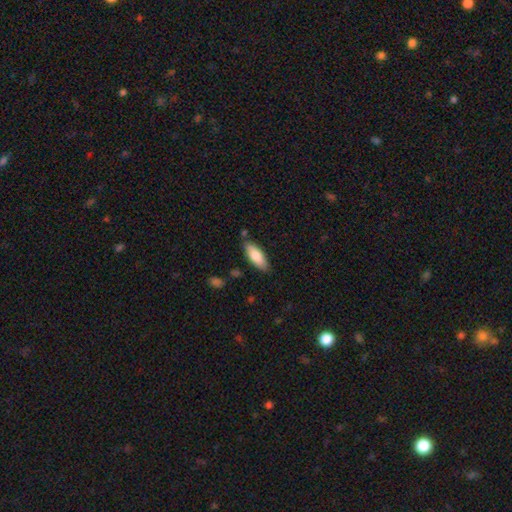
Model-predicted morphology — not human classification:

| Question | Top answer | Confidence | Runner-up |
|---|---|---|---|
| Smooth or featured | smooth | 80% | featured or disk (14%) |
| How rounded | in between | 67% | cigar-shaped (31%) |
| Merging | none | 82% | minor disturbance (12%) |